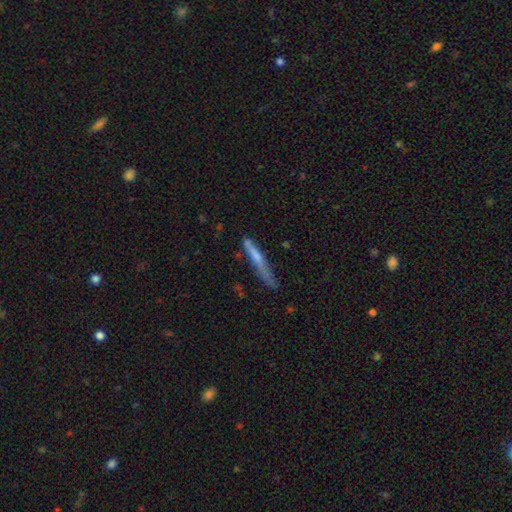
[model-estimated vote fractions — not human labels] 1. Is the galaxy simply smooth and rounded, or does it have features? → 52% smooth, 41% featured or disk, 7% star or artifact.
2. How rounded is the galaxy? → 94% cigar-shaped, 4% in between, 2% round.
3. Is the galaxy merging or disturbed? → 60% none, 26% minor disturbance, 9% major disturbance, 5% merger.